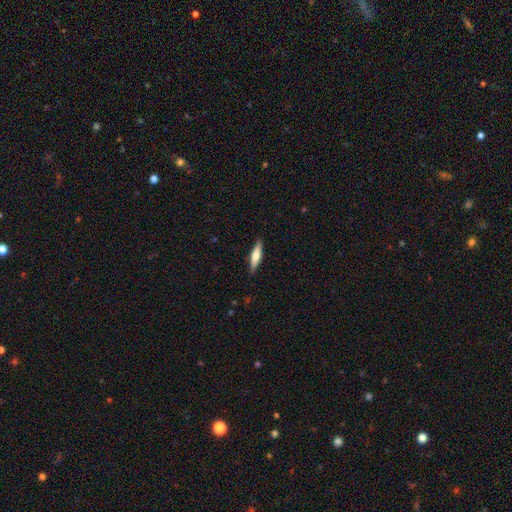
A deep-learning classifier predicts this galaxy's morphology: smooth-or-featured: smooth: 54% | featured or disk: 41% | star or artifact: 6%
  how-rounded: cigar-shaped: 76% | in between: 22% | round: 2%
  merging: none: 89% | minor disturbance: 9% | major disturbance: 2% | merger: 1%